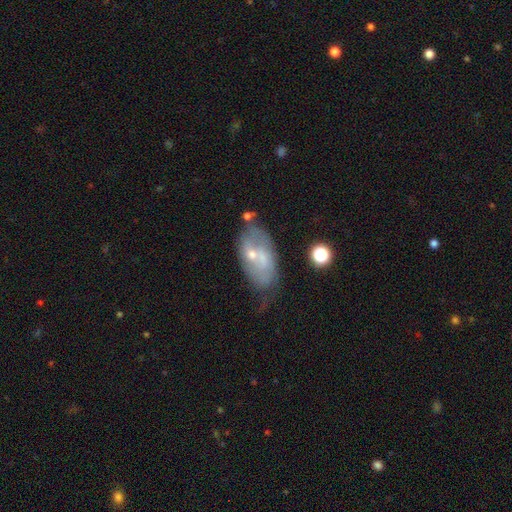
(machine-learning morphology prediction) A featured or disk galaxy (59%) with no bar (54%), spiral arms (51%) and a small central bulge (59%).

Vote fractions:
- Smooth or featured? featured or disk: 59% / smooth: 32% / star or artifact: 9%
- Edge-on disk? no: 92% / yes: 8%
- Bar? no: 54% / weak: 35% / strong: 11%
- Spiral arms? yes: 51% / no: 49%
- Bulge size? small: 59% / moderate: 33% / none: 6% / large: 2% / dominant: 1%
- Merging? none: 47% / minor disturbance: 27% / merger: 14% / major disturbance: 12%